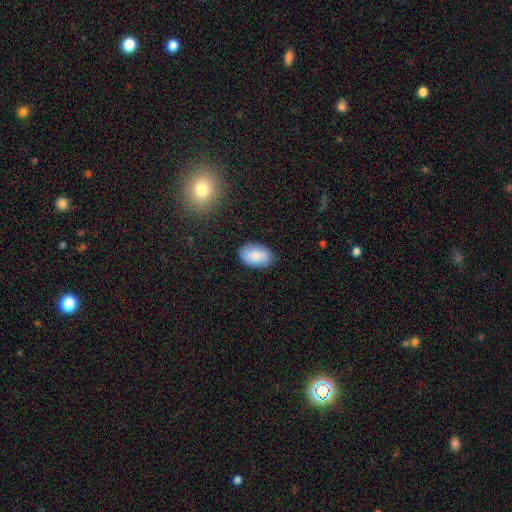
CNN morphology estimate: type=smooth (85%); roundness=in between (93%); merging=none (85%).